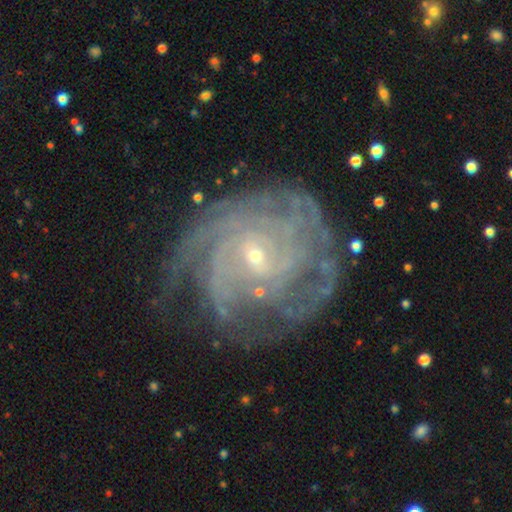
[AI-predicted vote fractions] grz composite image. It shows a featured or disk galaxy (86%) with no bar (56%), tight (69%) spiral arms (94%) and a small central bulge (84%). Merging: none (66%).